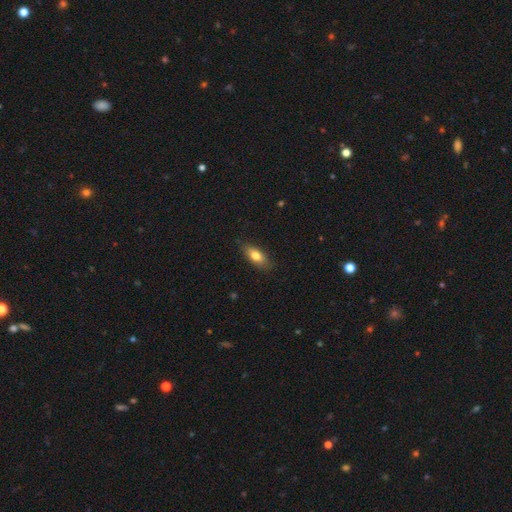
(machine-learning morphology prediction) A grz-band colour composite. It shows a smooth galaxy with no disk features (75%) that is in between round and cigar-shaped (80%). Merging: none (83%).